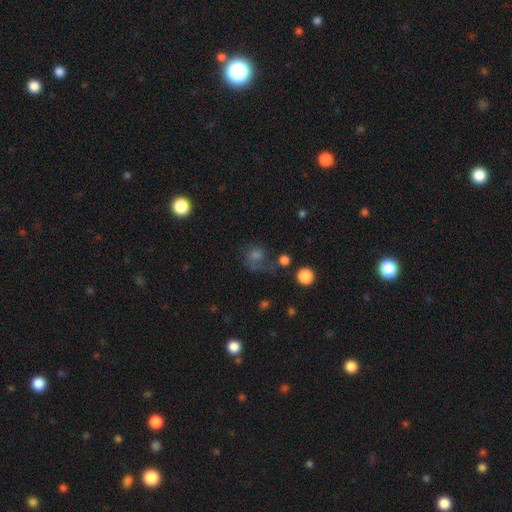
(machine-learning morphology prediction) Smooth or featured?
  - smooth: 55% *
  - star or artifact: 24%
  - featured or disk: 21%
How rounded?
  - round: 73% *
  - in between: 25%
  - cigar-shaped: 1%
Merging?
  - none: 43% *
  - major disturbance: 30%
  - minor disturbance: 18%
  - merger: 9%